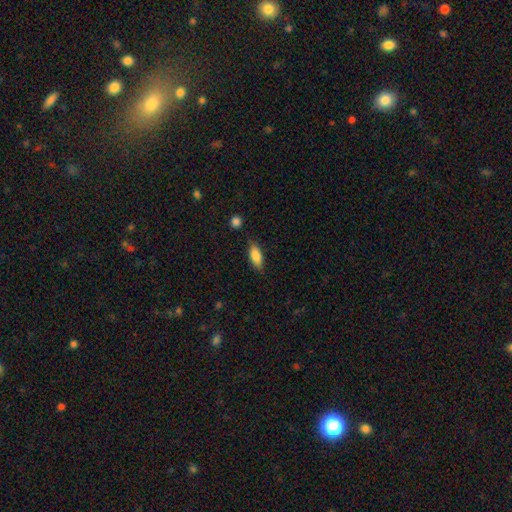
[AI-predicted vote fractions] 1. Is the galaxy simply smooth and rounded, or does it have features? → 85% smooth, 8% featured or disk, 7% star or artifact.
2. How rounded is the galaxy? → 81% in between, 16% cigar-shaped, 3% round.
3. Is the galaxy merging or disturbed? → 80% none, 15% minor disturbance, 3% major disturbance, 2% merger.